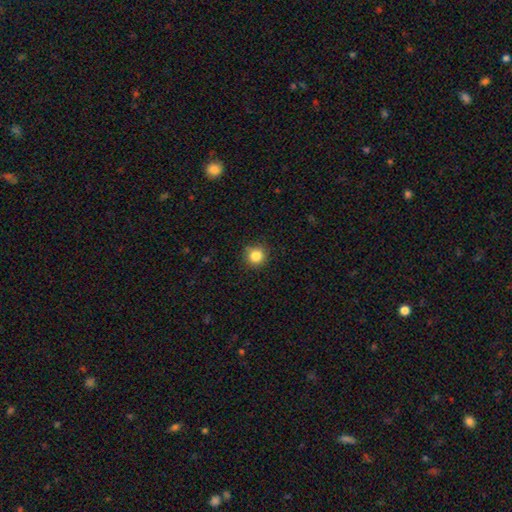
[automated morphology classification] Smooth or featured? smooth (84%)
How rounded? round (92%)
Merging? none (87%)